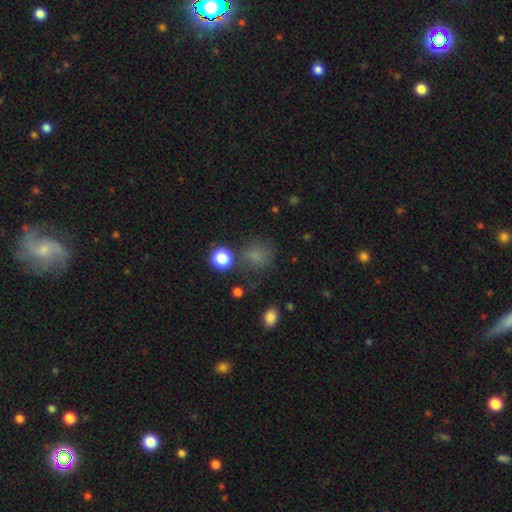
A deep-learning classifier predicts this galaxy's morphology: A smooth galaxy with no disk features (72%) that is round (74%). Merging: none (65%).